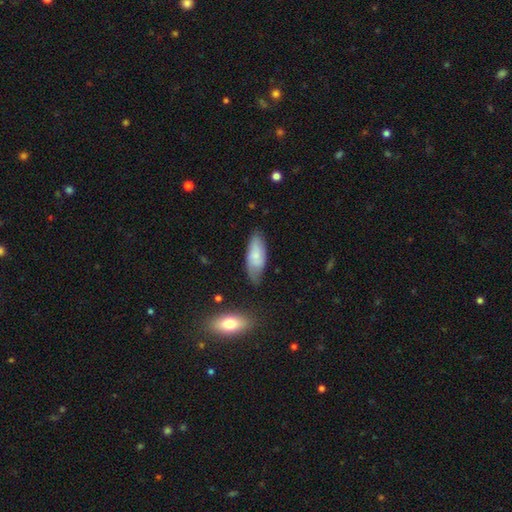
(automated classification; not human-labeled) A smooth galaxy with no disk features (66%) that is in between round and cigar-shaped (81%).

Vote fractions:
- Smooth or featured? smooth: 66% / featured or disk: 28% / star or artifact: 7%
- How rounded? in between: 81% / cigar-shaped: 17% / round: 2%
- Merging? none: 61% / minor disturbance: 30% / major disturbance: 7% / merger: 2%